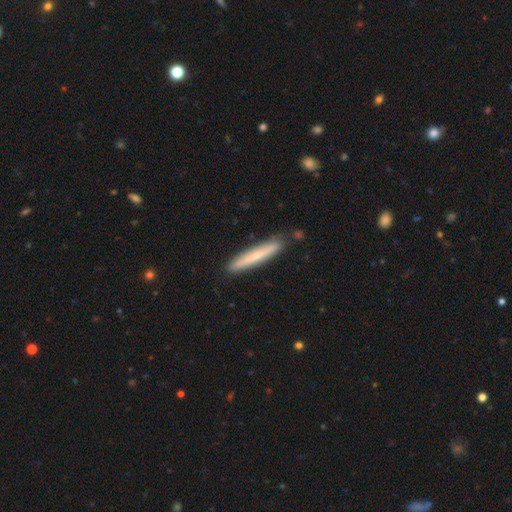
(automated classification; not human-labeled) Smooth or featured?
  - smooth: 67% *
  - featured or disk: 27%
  - star or artifact: 6%
How rounded?
  - cigar-shaped: 94% *
  - in between: 4%
  - round: 1%
Merging?
  - none: 86% *
  - minor disturbance: 10%
  - merger: 2%
  - major disturbance: 2%